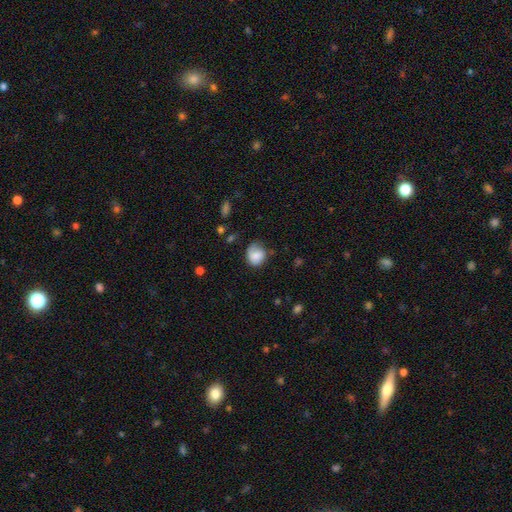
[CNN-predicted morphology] This is likely a smooth galaxy (72%). How rounded: likely round (63%). Merging: possibly none (55%).